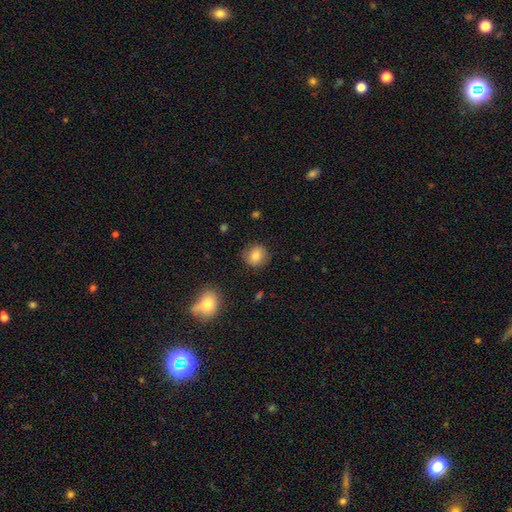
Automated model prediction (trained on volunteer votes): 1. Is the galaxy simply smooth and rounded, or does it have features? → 80% smooth, 11% featured or disk, 9% star or artifact.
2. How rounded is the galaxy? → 78% round, 21% in between, 1% cigar-shaped.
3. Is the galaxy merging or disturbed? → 82% none, 13% minor disturbance, 3% major disturbance, 2% merger.